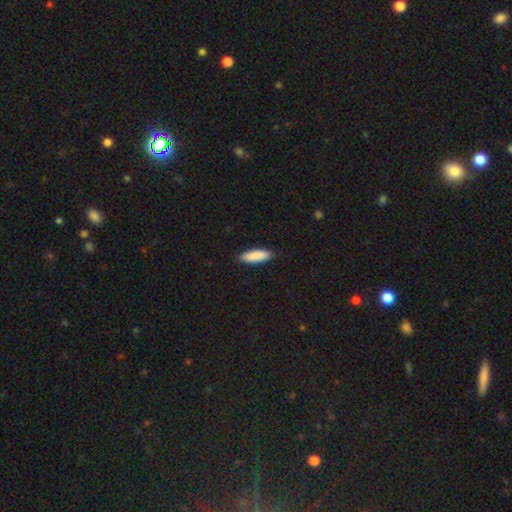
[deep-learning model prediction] A smooth galaxy with no disk features (89%) that is in between round and cigar-shaped (52%). Merging: none (87%).